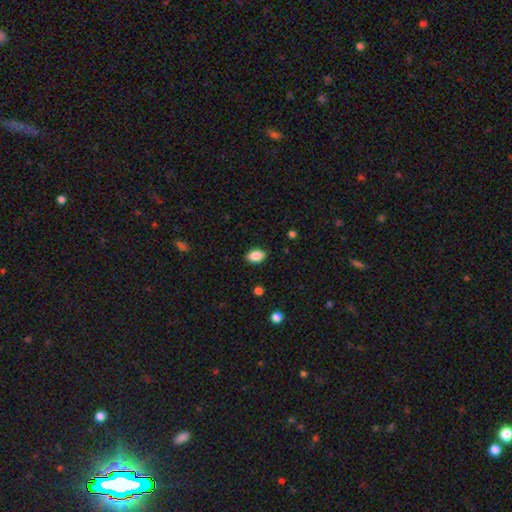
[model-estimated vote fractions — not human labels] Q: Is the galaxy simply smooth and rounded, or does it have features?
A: smooth — 88%.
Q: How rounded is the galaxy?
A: in between — 85%.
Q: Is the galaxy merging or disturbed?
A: none — 88%.